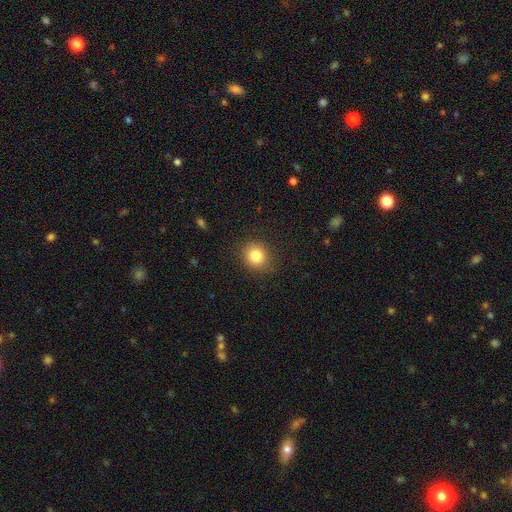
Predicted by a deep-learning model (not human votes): Morphology: type=smooth (83%); roundness=round (83%); merging=none (85%).